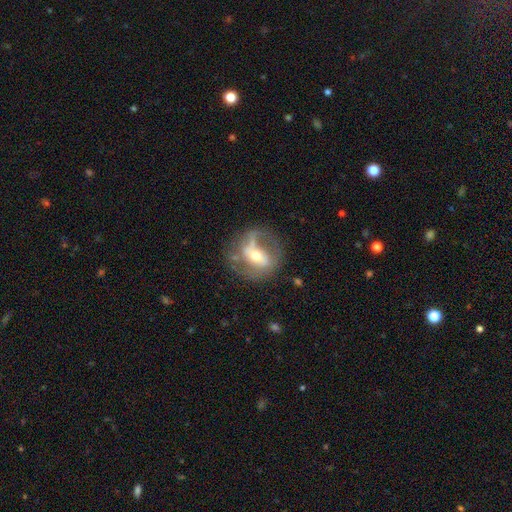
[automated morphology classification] type=featured or disk (72%); edge-on=no (92%); bar=strong (45%); spiral arms=yes (63%); bulge=moderate (61%); merging=none (57%).